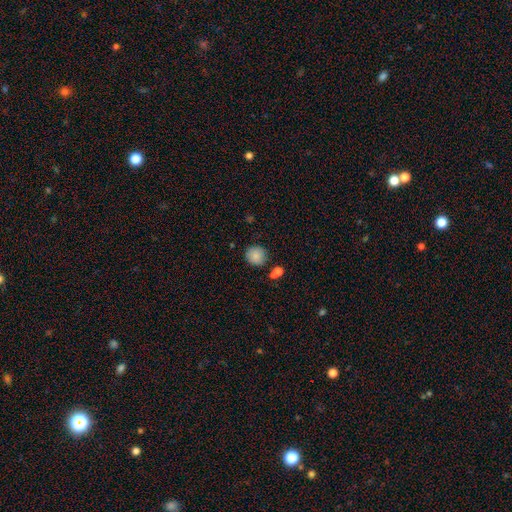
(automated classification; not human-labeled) Q: Smooth or featured?
A: smooth (86%); runner-up: star or artifact (9%)
Q: How rounded?
A: round (91%); runner-up: in between (8%)
Q: Merging?
A: none (82%); runner-up: minor disturbance (10%)